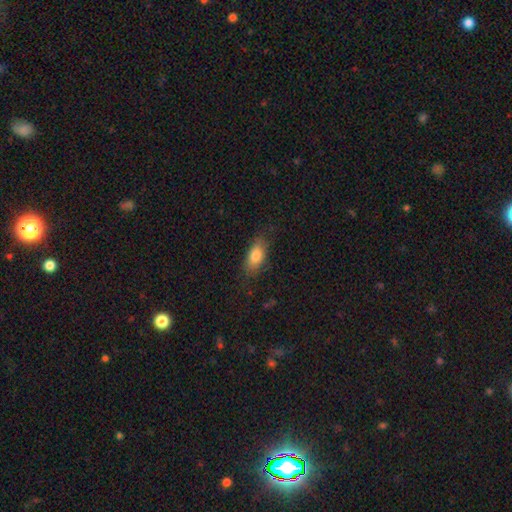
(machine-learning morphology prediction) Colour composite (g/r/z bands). It shows a smooth galaxy with no disk features (81%) that is in between round and cigar-shaped (86%). Merging: none (77%).